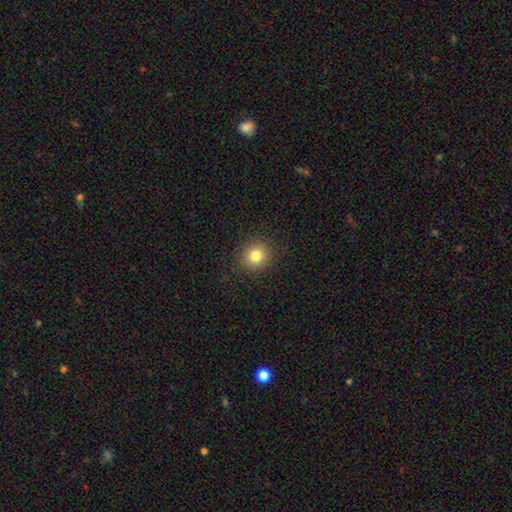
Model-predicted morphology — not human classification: Smooth or featured? smooth (81%)
How rounded? round (88%)
Merging? none (90%)